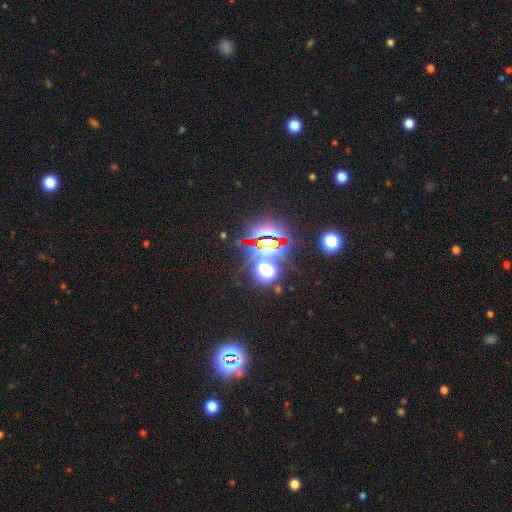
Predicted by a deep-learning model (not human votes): Smooth or featured? Predicted: star or artifact (p=0.80).